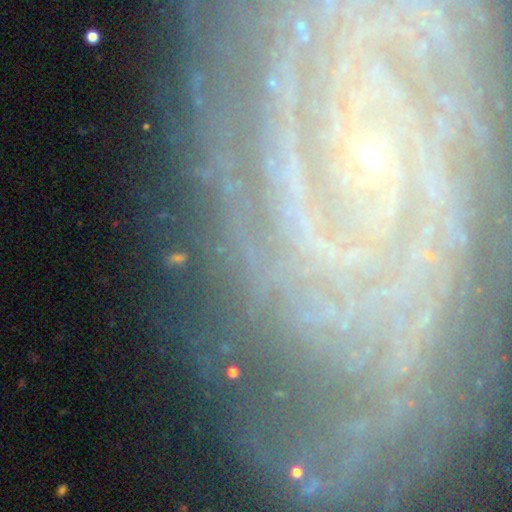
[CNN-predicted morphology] featured or disk 59%, star or artifact 28%, smooth 13%. Down the decision tree: edge-on disk — no (91%); bar — no (44%); spiral arms — yes (91%); bulge size — small (65%); merging — none (73%).